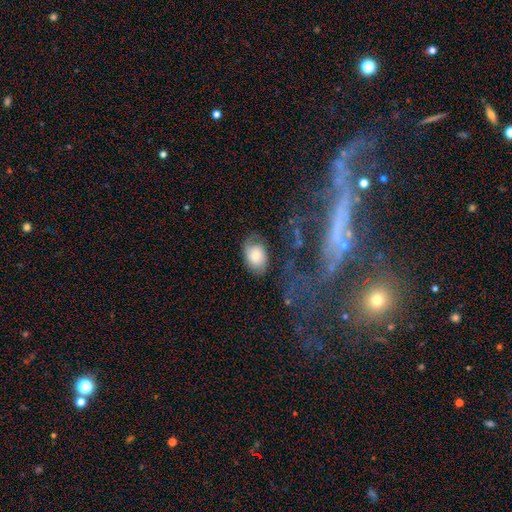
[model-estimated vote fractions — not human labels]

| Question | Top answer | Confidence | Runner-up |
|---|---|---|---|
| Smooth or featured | smooth | 58% | featured or disk (33%) |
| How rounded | in between | 80% | round (19%) |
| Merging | none | 60% | minor disturbance (24%) |